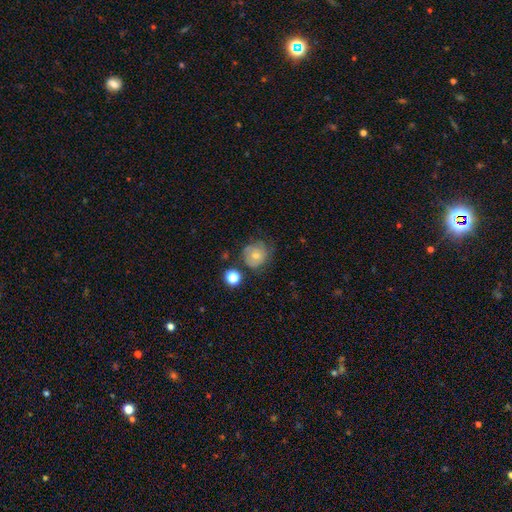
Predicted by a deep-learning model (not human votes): smooth-or-featured: smooth: 58% | featured or disk: 32% | star or artifact: 11%
  how-rounded: round: 85% | in between: 14% | cigar-shaped: 1%
  merging: none: 59% | minor disturbance: 26% | major disturbance: 10% | merger: 5%